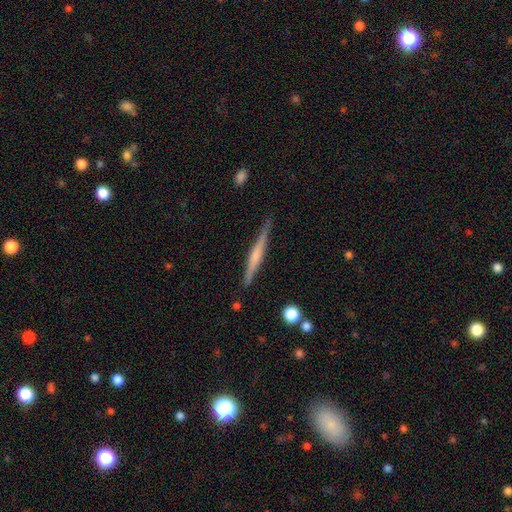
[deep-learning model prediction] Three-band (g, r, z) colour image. It shows a featured or disk galaxy (63%) viewed edge-on (98%) with a rounded central bulge (50%). Merging: none (87%).